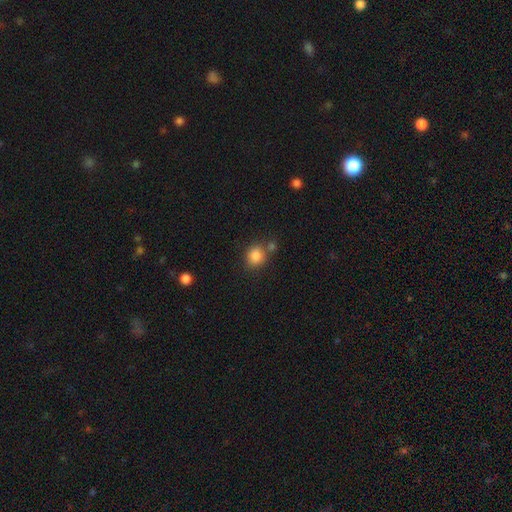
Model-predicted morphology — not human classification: The model was most divided on "merging": none: 67%, merger: 17%, minor disturbance: 12%, major disturbance: 4%. More confident: smooth or featured — smooth (85%); how rounded — round (78%).